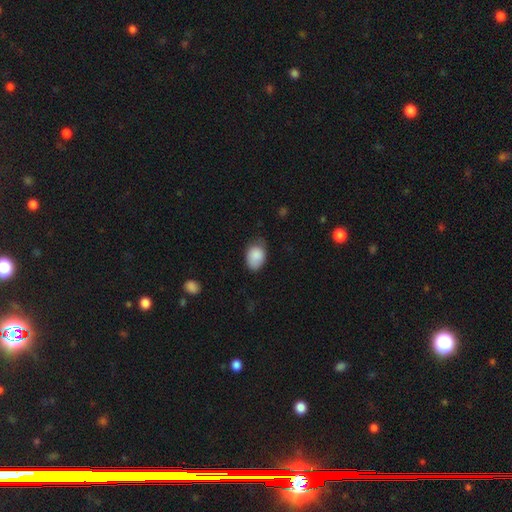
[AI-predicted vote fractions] Morphology: type=smooth (88%); roundness=in between (81%); merging=none (60%).